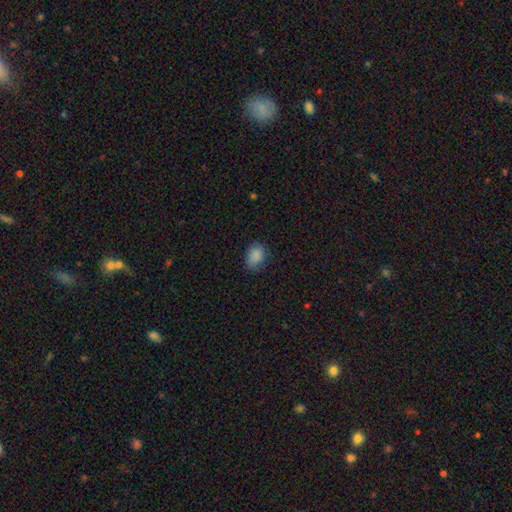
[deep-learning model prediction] smooth-or-featured: smooth: 86% | star or artifact: 8% | featured or disk: 6%
  how-rounded: in between: 70% | round: 29% | cigar-shaped: 1%
  merging: none: 67% | minor disturbance: 25% | major disturbance: 7% | merger: 1%